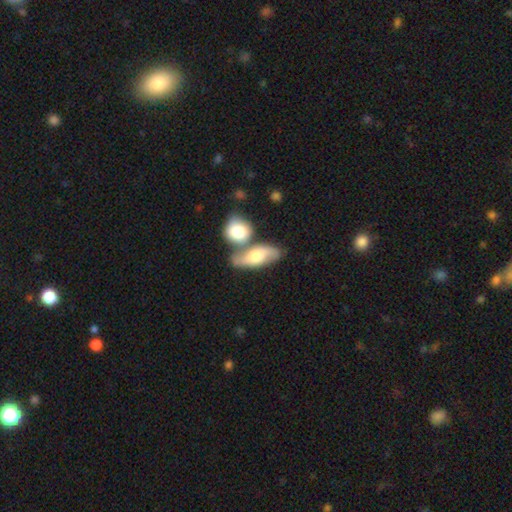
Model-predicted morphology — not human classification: Overall: smooth (53%; featured or disk 42%). How rounded: in between (75%). Merging: none (43%; merger 40%).